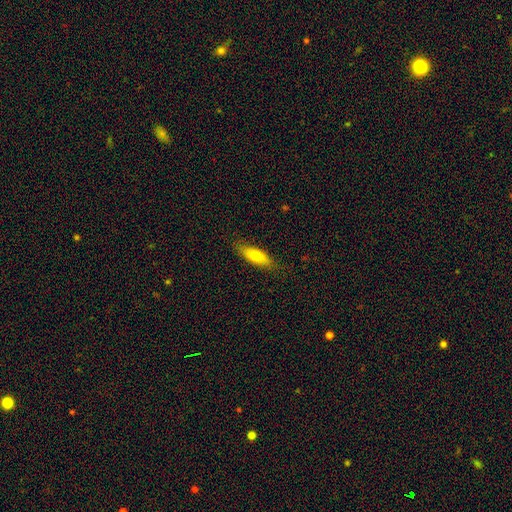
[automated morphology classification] type=smooth (72%); roundness=in between (55%); merging=none (83%).